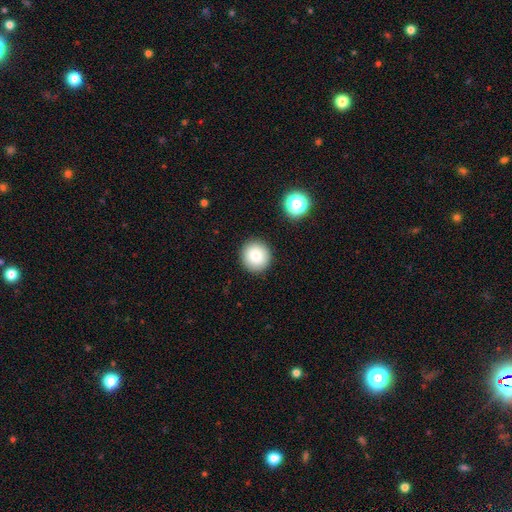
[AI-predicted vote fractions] Smooth or featured? smooth (83%)
How rounded? round (93%)
Merging? none (91%)